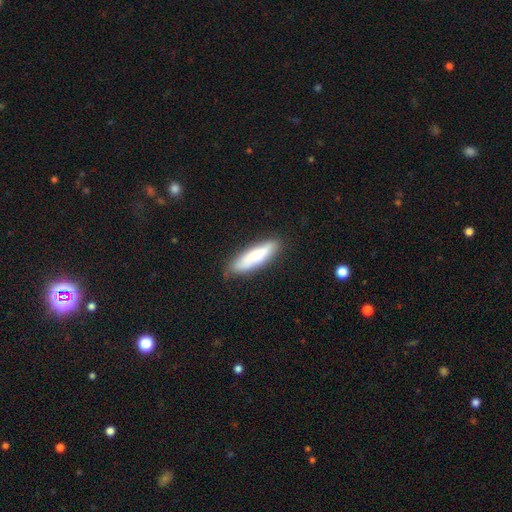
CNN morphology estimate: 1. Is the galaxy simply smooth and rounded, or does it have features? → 68% smooth, 27% featured or disk, 6% star or artifact.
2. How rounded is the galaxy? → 64% cigar-shaped, 34% in between, 2% round.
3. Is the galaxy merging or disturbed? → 79% none, 17% minor disturbance, 3% major disturbance, 2% merger.